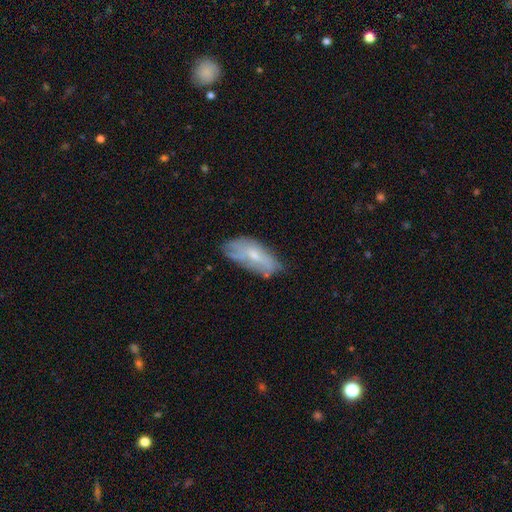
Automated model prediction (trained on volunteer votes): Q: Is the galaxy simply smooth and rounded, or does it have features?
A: smooth — 52%.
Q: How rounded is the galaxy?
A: in between — 86%.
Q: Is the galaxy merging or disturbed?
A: none — 54%.